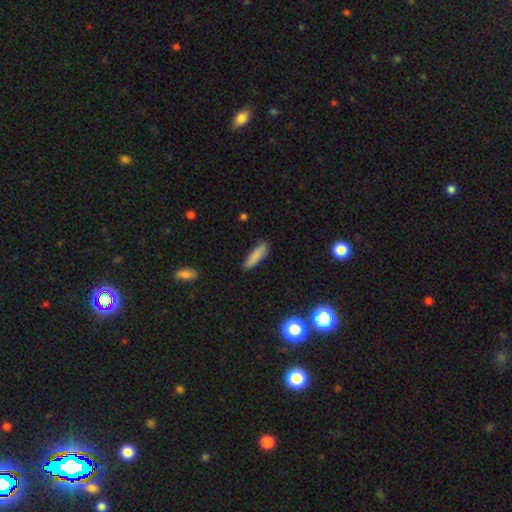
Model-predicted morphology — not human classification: Smooth or featured: smooth — 84% (featured or disk — 9%)
How rounded: cigar-shaped — 68% (in between — 30%)
Merging: none — 86% (minor disturbance — 11%)